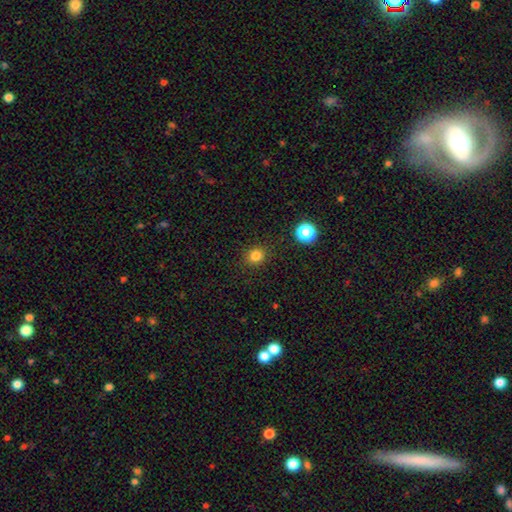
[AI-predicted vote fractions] The model was most divided on "smooth or featured": smooth: 82%, star or artifact: 14%, featured or disk: 4%. More confident: merging — none (90%); how rounded — round (87%).